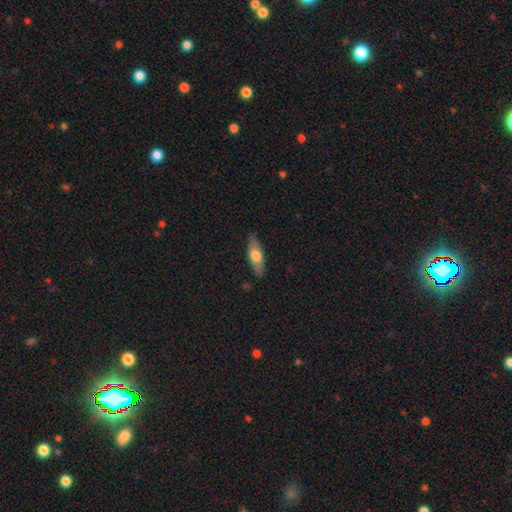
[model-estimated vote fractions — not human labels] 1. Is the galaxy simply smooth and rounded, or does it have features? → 61% smooth, 33% featured or disk, 6% star or artifact.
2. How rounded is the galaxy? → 63% in between, 35% cigar-shaped, 3% round.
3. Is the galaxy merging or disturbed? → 83% none, 13% minor disturbance, 3% major disturbance, 1% merger.